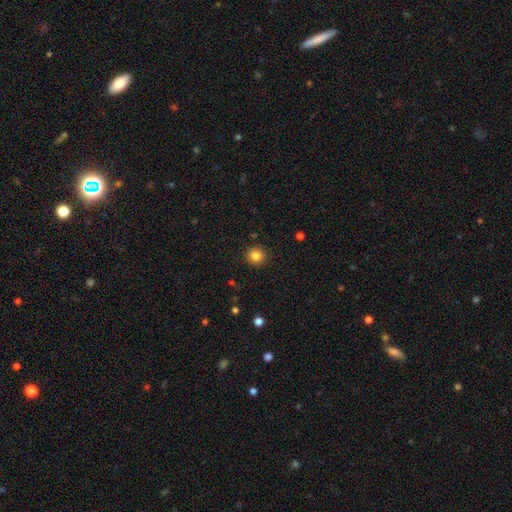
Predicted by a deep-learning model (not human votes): Smooth or featured? smooth (84%)
How rounded? round (92%)
Merging? none (91%)